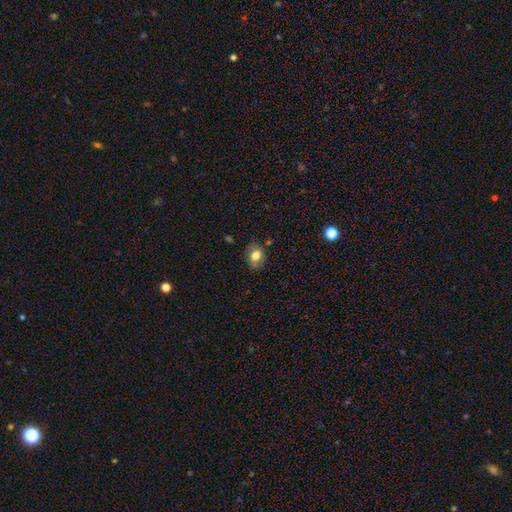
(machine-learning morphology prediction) smooth_or_featured: smooth (p=0.73) [alt: featured or disk p=0.18]
how_rounded: round (p=0.56) [alt: in between p=0.43]
merging: none (p=0.78) [alt: minor disturbance p=0.16]